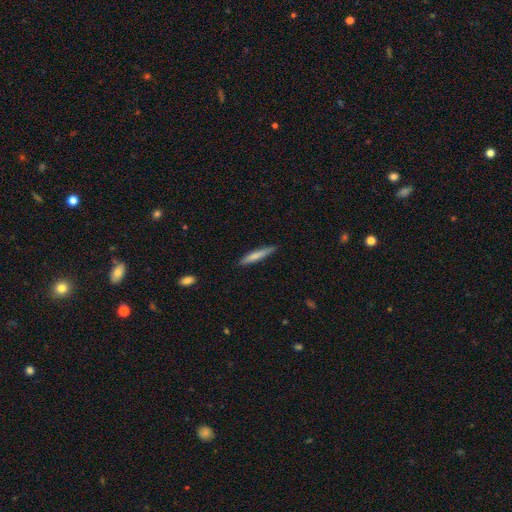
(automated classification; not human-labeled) A smooth galaxy with no disk features (73%) that is cigar-shaped (93%). Merging: none (86%).